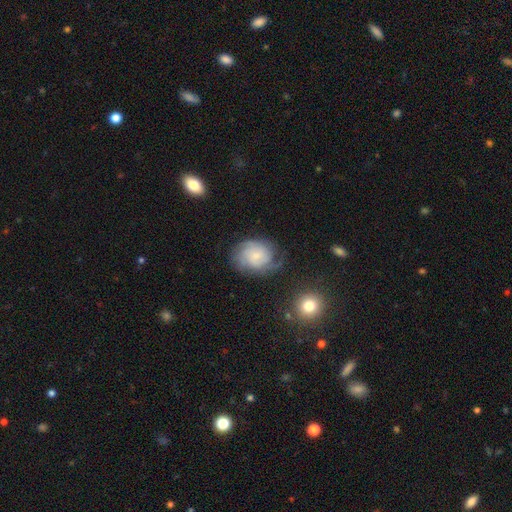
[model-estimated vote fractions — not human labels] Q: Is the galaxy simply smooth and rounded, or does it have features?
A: featured or disk — 65%.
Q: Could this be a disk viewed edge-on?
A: no — 97%.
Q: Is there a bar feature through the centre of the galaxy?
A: no — 66%.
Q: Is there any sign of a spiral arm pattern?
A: yes — 91%.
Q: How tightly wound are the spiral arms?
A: tight — 52%.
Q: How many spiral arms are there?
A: can't tell — 36%.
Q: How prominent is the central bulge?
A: small — 69%.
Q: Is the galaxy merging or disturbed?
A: none — 60%.